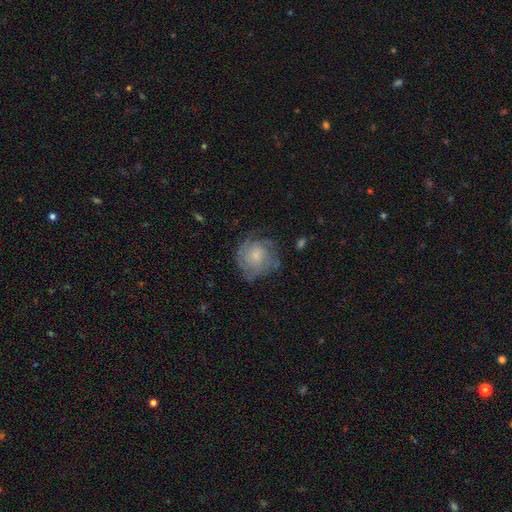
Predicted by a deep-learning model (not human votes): A featured or disk galaxy (65%) with no bar (78%), tight (58%) spiral arms (87%) and a small central bulge (55%). Merging: none (66%).